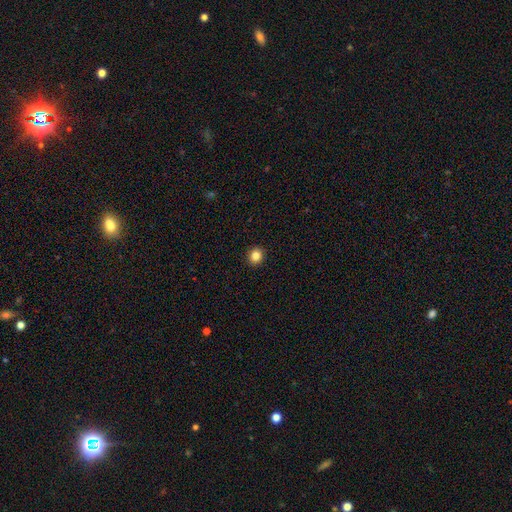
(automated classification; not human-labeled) Smooth or featured? Predicted: smooth (p=0.84). How rounded? Predicted: round (p=0.80). Merging? Predicted: none (p=0.93).